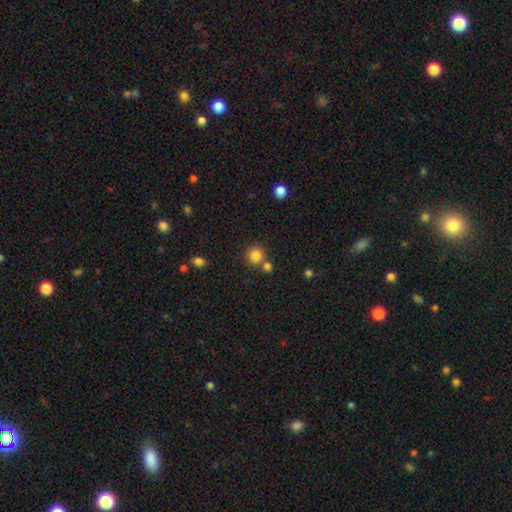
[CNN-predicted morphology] Q: Smooth or featured?
A: smooth (84%); runner-up: star or artifact (11%)
Q: How rounded?
A: round (91%); runner-up: in between (8%)
Q: Merging?
A: none (67%); runner-up: merger (22%)